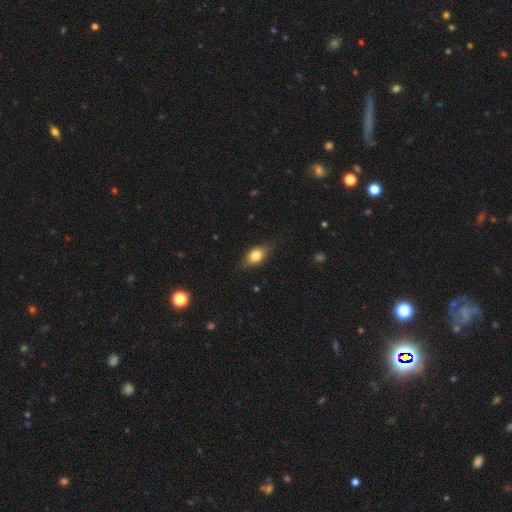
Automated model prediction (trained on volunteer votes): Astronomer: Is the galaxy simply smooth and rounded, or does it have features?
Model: smooth — 75%.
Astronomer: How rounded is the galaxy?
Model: in between — 82%.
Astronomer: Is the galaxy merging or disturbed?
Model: none — 76%.